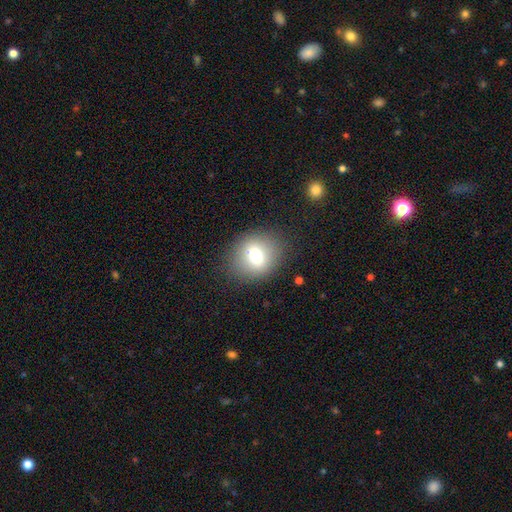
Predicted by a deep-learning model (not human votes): A smooth galaxy with no disk features (72%) that is round (61%). Merging: none (83%).